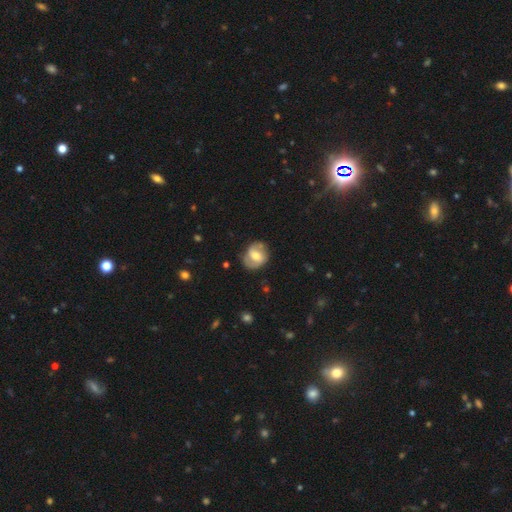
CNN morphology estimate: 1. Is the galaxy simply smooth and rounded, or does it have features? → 56% featured or disk, 37% smooth, 7% star or artifact.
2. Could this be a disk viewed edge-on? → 96% no, 4% yes.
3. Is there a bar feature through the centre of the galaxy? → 46% weak, 33% no, 20% strong.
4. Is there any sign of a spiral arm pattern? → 76% yes, 24% no.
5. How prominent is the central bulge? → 63% moderate, 21% small, 12% large, 2% none, 1% dominant.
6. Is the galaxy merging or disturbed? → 71% none, 20% minor disturbance, 7% major disturbance, 2% merger.